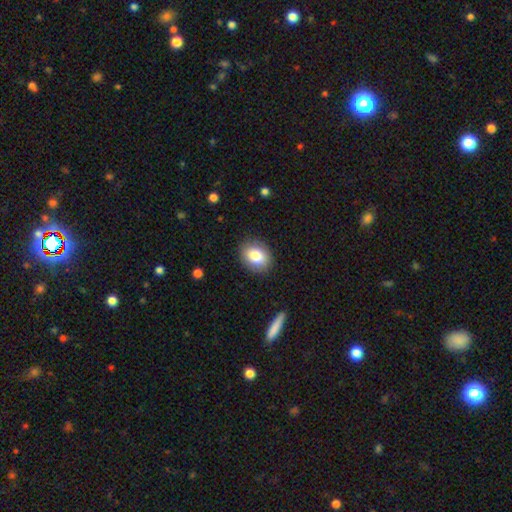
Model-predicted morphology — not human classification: type=smooth (82%); roundness=in between (58%); merging=none (87%).